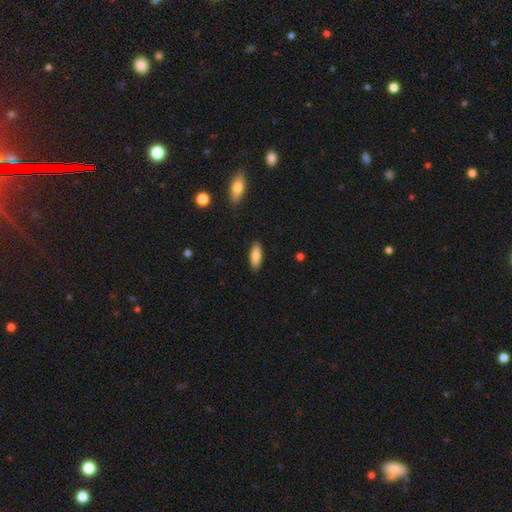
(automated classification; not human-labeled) Smooth or featured: smooth — 82% (featured or disk — 12%)
How rounded: in between — 68% (cigar-shaped — 30%)
Merging: none — 88% (minor disturbance — 9%)